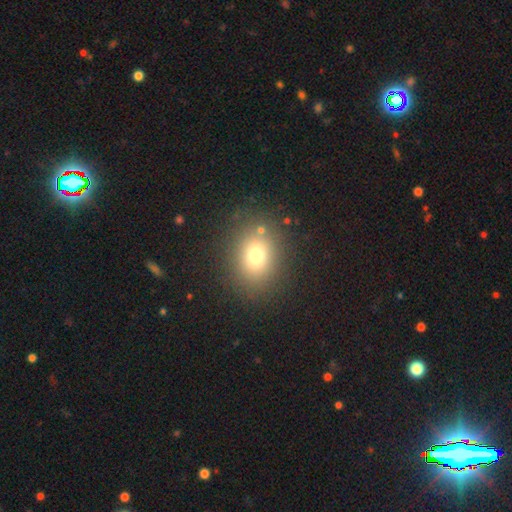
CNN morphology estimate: Overall: smooth (73%). How rounded: round (53%; in between 46%). Merging: none (84%).